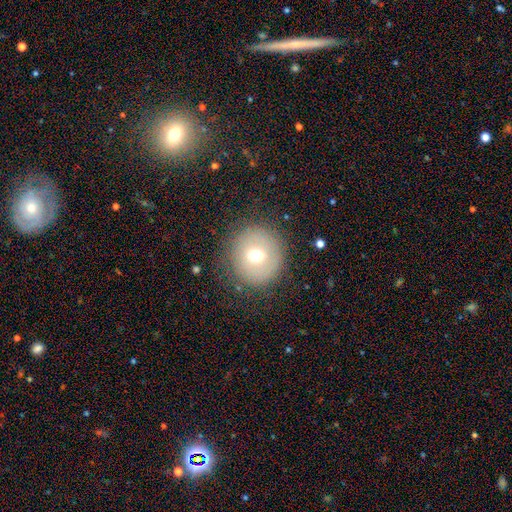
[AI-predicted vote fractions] Overall: smooth (64%). How rounded: round (93%). Merging: none (83%).